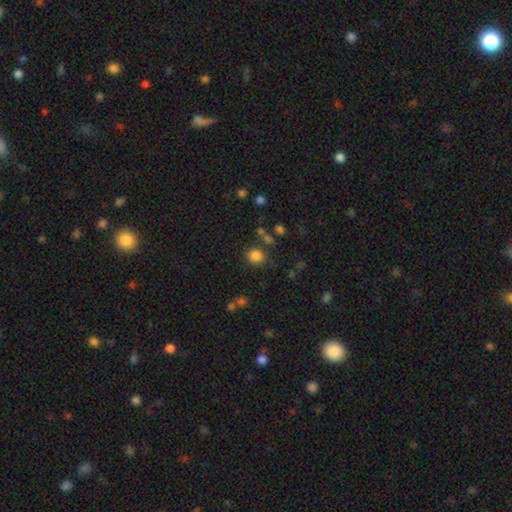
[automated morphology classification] This is clearly a smooth galaxy (83%). How rounded: likely round (78%). Merging: likely none (78%).